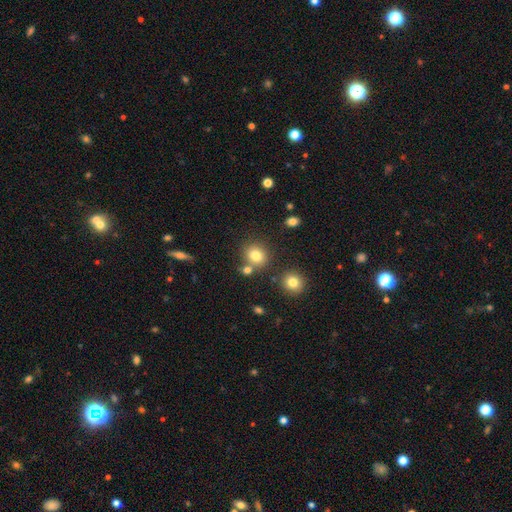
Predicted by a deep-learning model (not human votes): This appears to be a smooth galaxy with no disk features (80%) that is round (74%). Merging: none (70%).